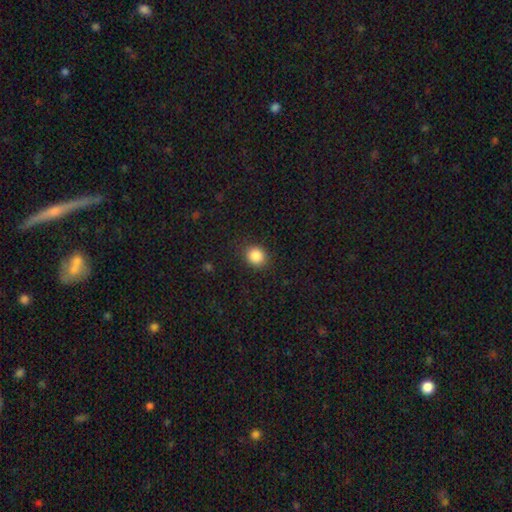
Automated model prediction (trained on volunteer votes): Overall: smooth (86%). How rounded: round (75%). Merging: none (88%).